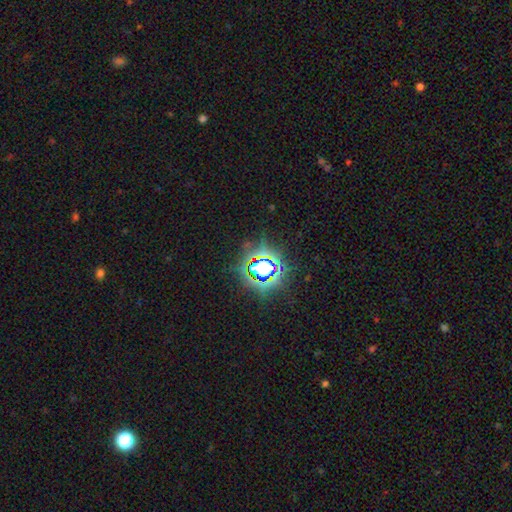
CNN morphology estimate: Overall: star or artifact (82%).